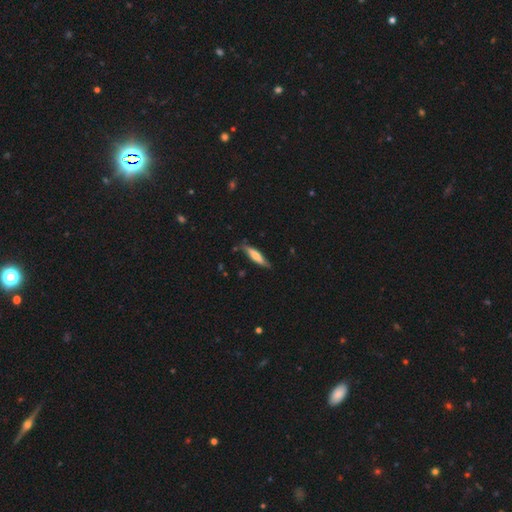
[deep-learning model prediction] smooth 58%, featured or disk 36%, star or artifact 6%. Down the decision tree: how rounded — cigar-shaped (77%); merging — none (79%).